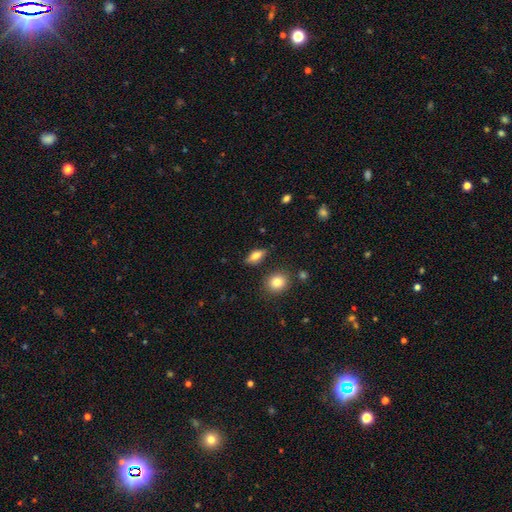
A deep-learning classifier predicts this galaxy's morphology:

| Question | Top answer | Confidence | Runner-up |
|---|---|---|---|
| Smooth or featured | smooth | 68% | featured or disk (24%) |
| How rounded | in between | 76% | cigar-shaped (18%) |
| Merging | none | 81% | minor disturbance (13%) |